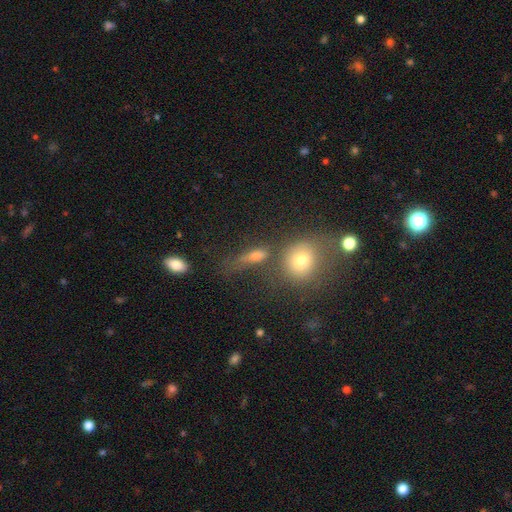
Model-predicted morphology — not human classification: type=smooth (62%); roundness=in between (52%); merging=none (42%).